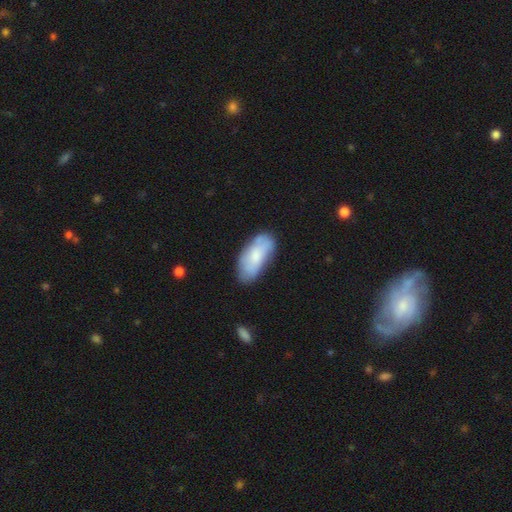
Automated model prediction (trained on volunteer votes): A smooth galaxy with no disk features (65%) that is in between round and cigar-shaped (91%).

Vote fractions:
- Smooth or featured? smooth: 65% / featured or disk: 28% / star or artifact: 6%
- How rounded? in between: 91% / cigar-shaped: 7% / round: 2%
- Merging? none: 64% / minor disturbance: 25% / major disturbance: 7% / merger: 3%